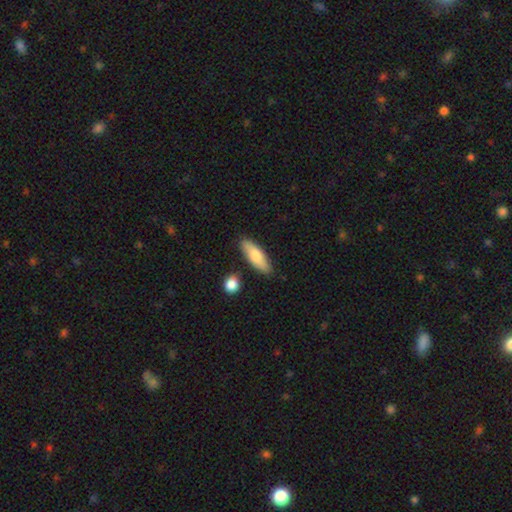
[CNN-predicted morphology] A smooth galaxy with no disk features (73%) that is in between round and cigar-shaped (60%).

Vote fractions:
- Smooth or featured? smooth: 73% / featured or disk: 21% / star or artifact: 6%
- How rounded? in between: 60% / cigar-shaped: 37% / round: 2%
- Merging? none: 83% / minor disturbance: 11% / merger: 4% / major disturbance: 2%